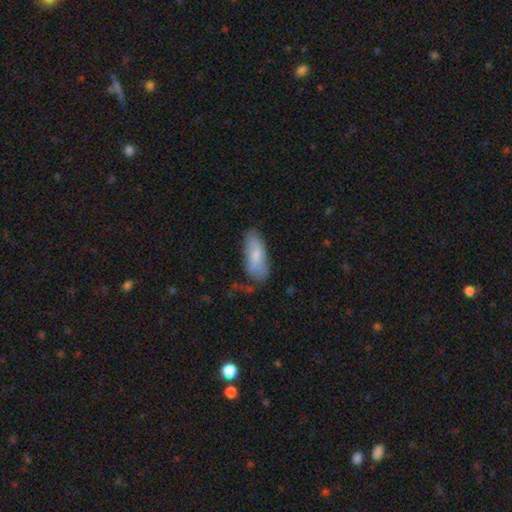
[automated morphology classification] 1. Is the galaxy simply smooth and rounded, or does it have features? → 75% smooth, 19% featured or disk, 6% star or artifact.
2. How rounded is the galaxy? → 79% in between, 19% cigar-shaped, 2% round.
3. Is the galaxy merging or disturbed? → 67% none, 24% minor disturbance, 6% major disturbance, 3% merger.